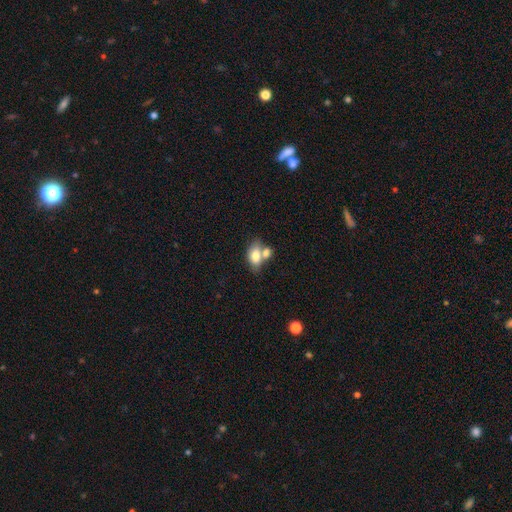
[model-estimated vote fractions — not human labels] The model was most divided on "merging": merger: 49%, none: 34%, minor disturbance: 11%, major disturbance: 5%. More confident: how rounded — in between (85%); smooth or featured — smooth (75%).